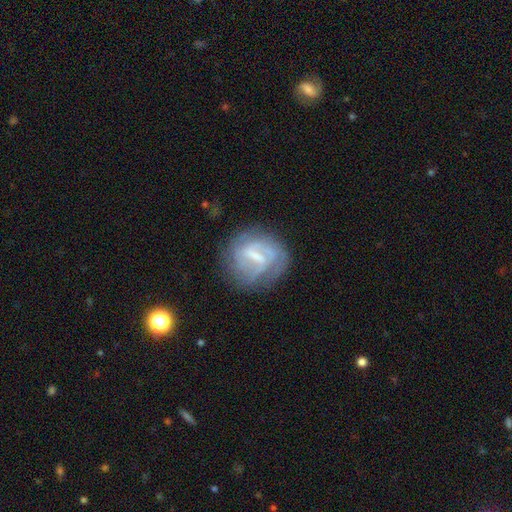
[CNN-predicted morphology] featured or disk 69%, smooth 23%, star or artifact 8%. Down the decision tree: edge-on disk — no (97%); bar — strong (47%); spiral arms — yes (71%); bulge size — none (35%); merging — none (60%).